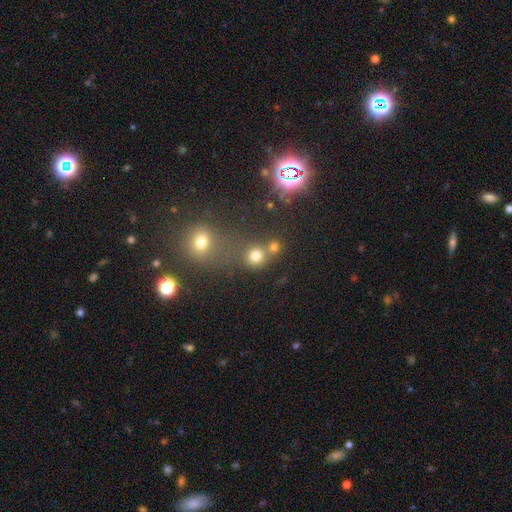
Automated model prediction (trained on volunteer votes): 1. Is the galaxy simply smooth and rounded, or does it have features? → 74% smooth, 19% star or artifact, 7% featured or disk.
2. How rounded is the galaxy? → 87% round, 12% in between, 1% cigar-shaped.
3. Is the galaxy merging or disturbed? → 57% none, 30% merger, 8% minor disturbance, 5% major disturbance.